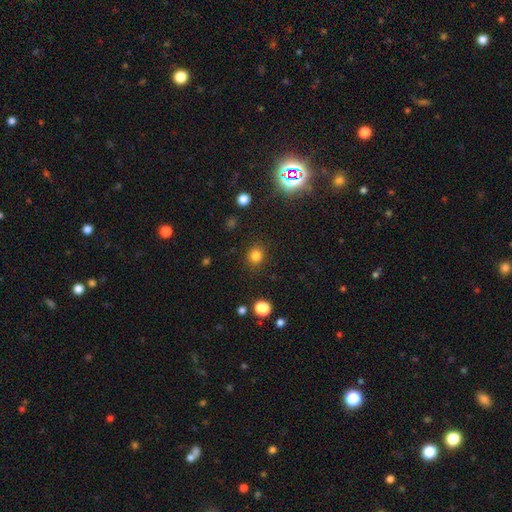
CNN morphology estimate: Smooth or featured?
  - smooth: 81% *
  - star or artifact: 14%
  - featured or disk: 5%
How rounded?
  - round: 83% *
  - in between: 16%
  - cigar-shaped: 1%
Merging?
  - none: 89% *
  - minor disturbance: 7%
  - major disturbance: 3%
  - merger: 1%